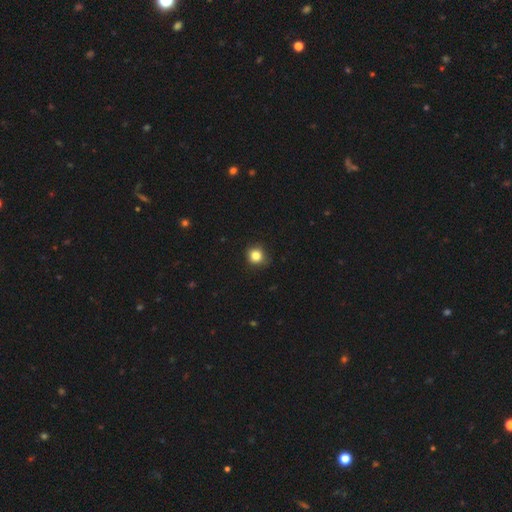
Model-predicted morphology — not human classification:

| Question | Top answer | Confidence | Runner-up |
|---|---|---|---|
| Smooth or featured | smooth | 83% | star or artifact (12%) |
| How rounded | round | 88% | in between (11%) |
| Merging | none | 84% | minor disturbance (12%) |